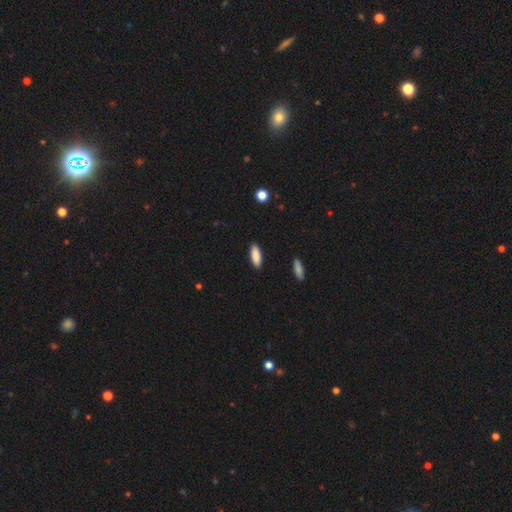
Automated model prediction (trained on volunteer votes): The model was most divided on "how rounded": in between: 63%, cigar-shaped: 36%, round: 2%. More confident: merging — none (89%); smooth or featured — smooth (88%).